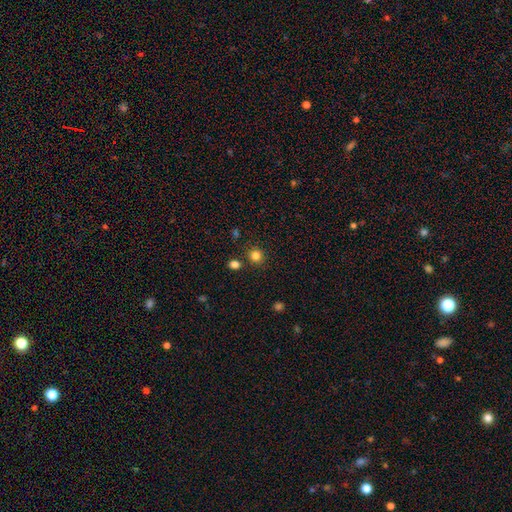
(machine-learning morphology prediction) This is clearly a smooth galaxy (83%). How rounded: clearly round (91%). Merging: clearly none (85%).